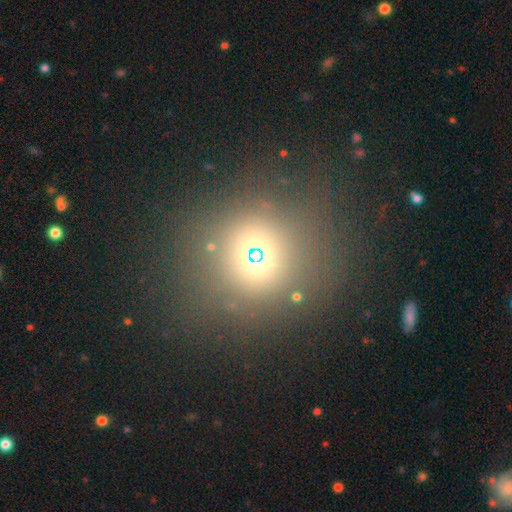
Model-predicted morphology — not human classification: Smooth or featured?
  - smooth: 51% *
  - star or artifact: 35%
  - featured or disk: 14%
How rounded?
  - round: 87% *
  - in between: 12%
  - cigar-shaped: 2%
Merging?
  - none: 81% *
  - minor disturbance: 9%
  - major disturbance: 5%
  - merger: 4%